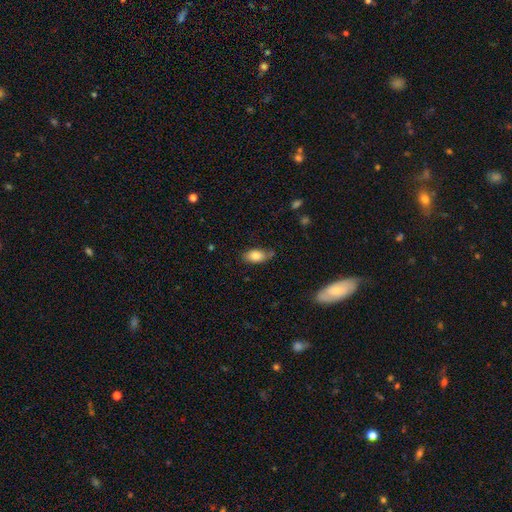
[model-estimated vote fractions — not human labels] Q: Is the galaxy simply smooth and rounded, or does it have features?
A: smooth — 83%.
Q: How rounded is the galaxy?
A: in between — 91%.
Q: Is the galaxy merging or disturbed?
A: none — 68%.